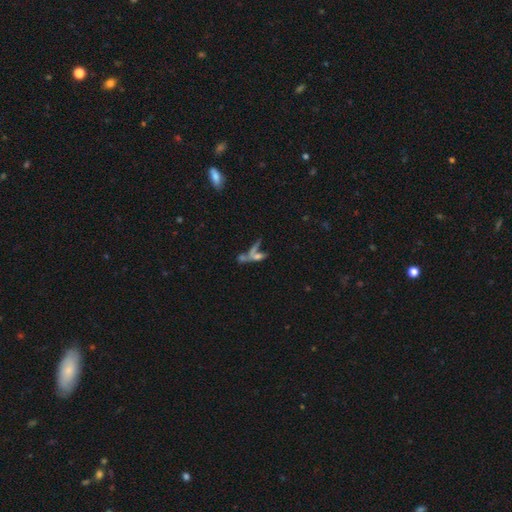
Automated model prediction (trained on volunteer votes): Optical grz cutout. It shows a featured or disk galaxy (44%). Merging: merger (47%).